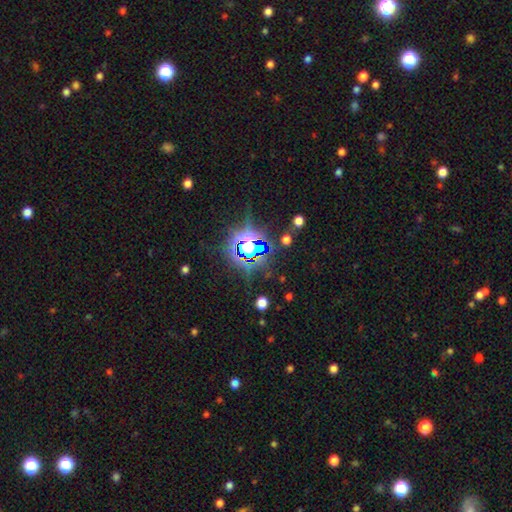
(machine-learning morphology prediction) A star or artifact, not a galaxy (79%).

Vote fractions:
- Smooth or featured? star or artifact: 79% / smooth: 11% / featured or disk: 9%